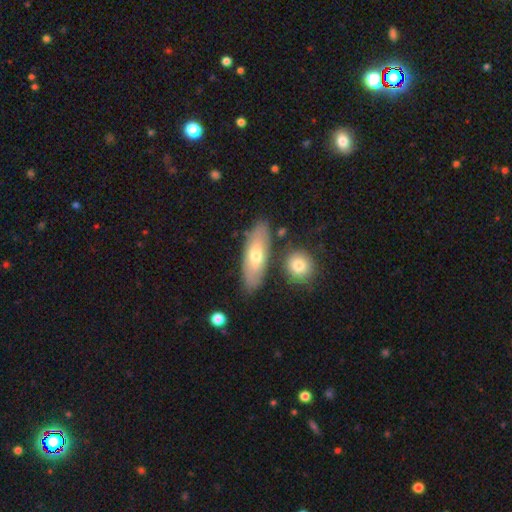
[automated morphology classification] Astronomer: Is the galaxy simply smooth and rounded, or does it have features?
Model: smooth — 61%.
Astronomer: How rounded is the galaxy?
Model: in between — 58% (runner-up: cigar-shaped, 39%).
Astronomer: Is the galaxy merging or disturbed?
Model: none — 80%.